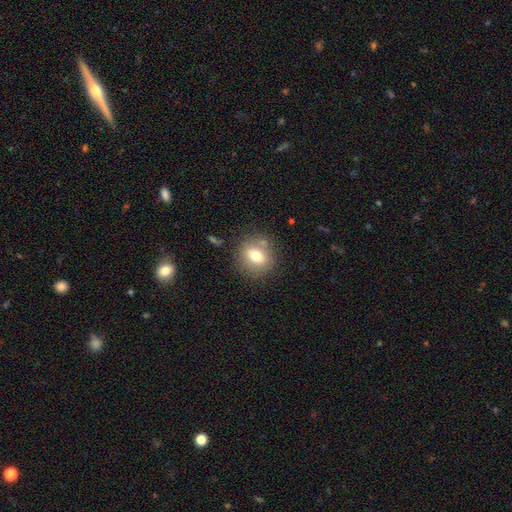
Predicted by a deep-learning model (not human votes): smooth-or-featured: smooth: 73% | featured or disk: 17% | star or artifact: 10%
  how-rounded: round: 75% | in between: 24% | cigar-shaped: 1%
  merging: none: 80% | minor disturbance: 12% | merger: 4% | major disturbance: 4%